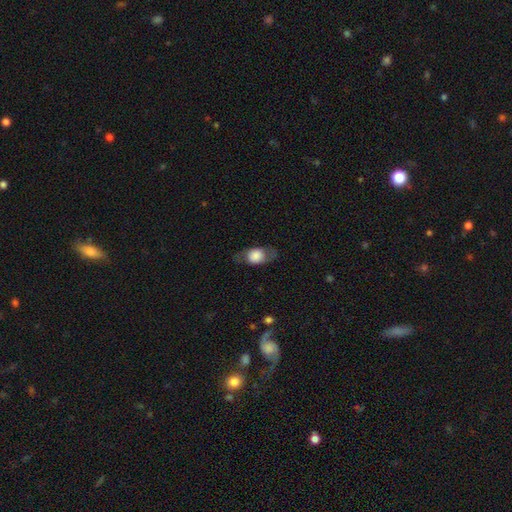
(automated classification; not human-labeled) Smooth or featured: smooth — 61% (featured or disk — 32%)
How rounded: in between — 65% (round — 32%)
Merging: none — 71% (minor disturbance — 17%)